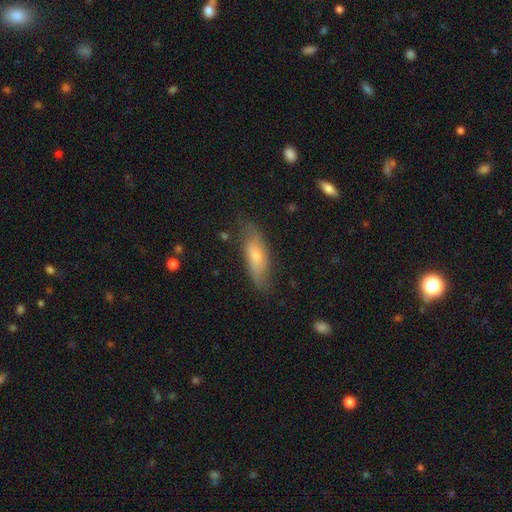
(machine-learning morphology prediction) A smooth galaxy with no disk features (52%) that is in between round and cigar-shaped (53%). Merging: none (71%).